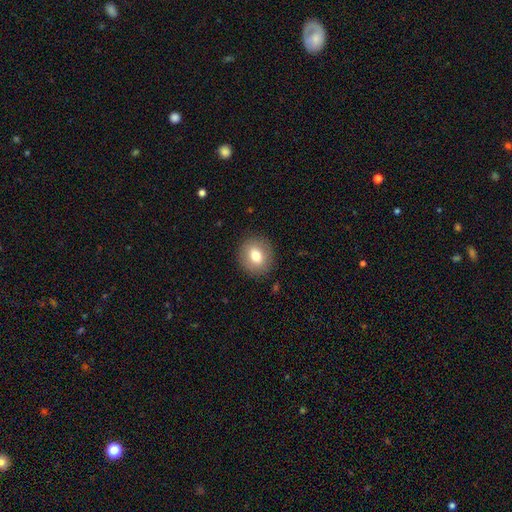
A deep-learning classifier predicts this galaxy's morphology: type=smooth (75%); roundness=round (76%); merging=none (89%).